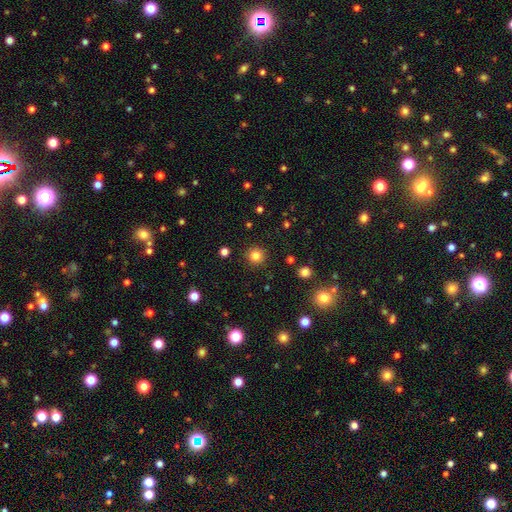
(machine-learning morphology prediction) This appears to be a smooth galaxy with no disk features (82%) that is round (95%). Merging: none (91%).